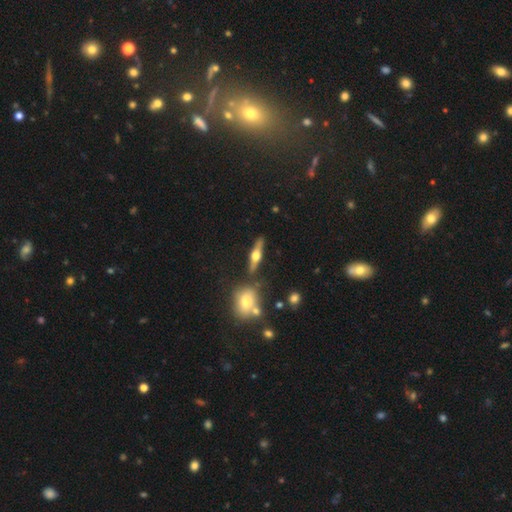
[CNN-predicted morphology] Smooth or featured? featured or disk (71%)
Edge-on disk? yes (95%)
Edge-on bulge? rounded (95%)
Merging? none (82%)